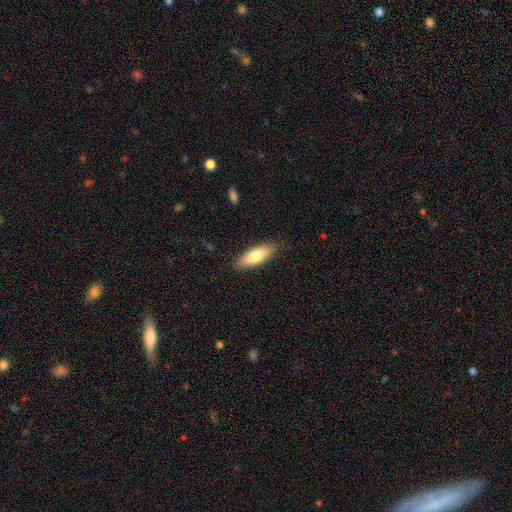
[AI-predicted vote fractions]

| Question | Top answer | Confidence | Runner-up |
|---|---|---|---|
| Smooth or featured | smooth | 75% | featured or disk (19%) |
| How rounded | in between | 60% | cigar-shaped (39%) |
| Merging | none | 86% | minor disturbance (11%) |